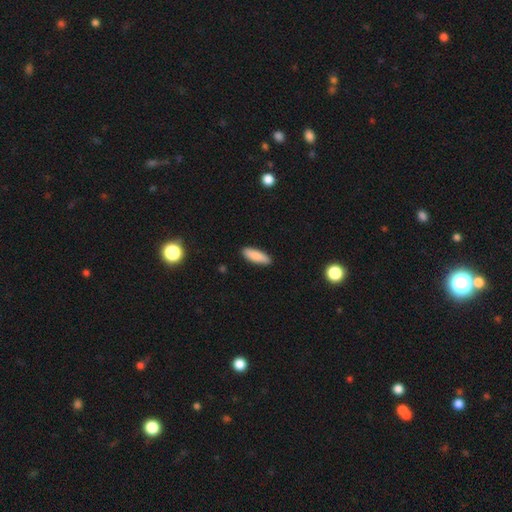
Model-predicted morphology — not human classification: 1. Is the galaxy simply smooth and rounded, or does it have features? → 87% smooth, 7% featured or disk, 6% star or artifact.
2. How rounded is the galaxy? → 55% in between, 44% cigar-shaped, 2% round.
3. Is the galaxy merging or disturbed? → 89% none, 9% minor disturbance, 2% major disturbance, 1% merger.